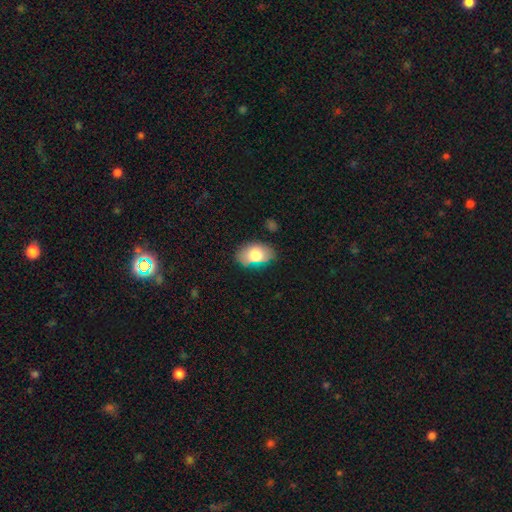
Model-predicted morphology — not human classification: smooth 76%, featured or disk 16%, star or artifact 8%. Down the decision tree: how rounded — in between (89%); merging — none (72%).